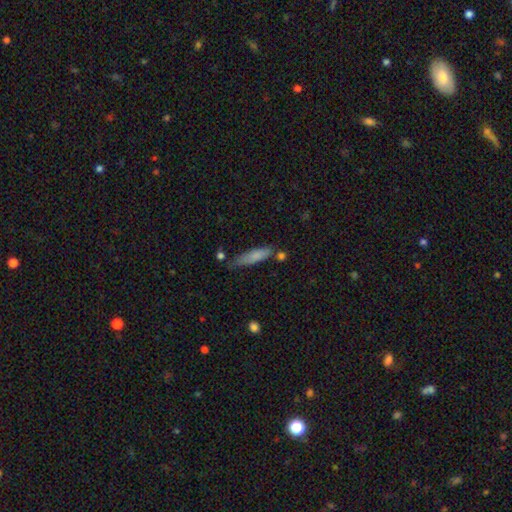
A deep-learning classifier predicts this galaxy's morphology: type=smooth (79%); roundness=cigar-shaped (74%); merging=none (61%).